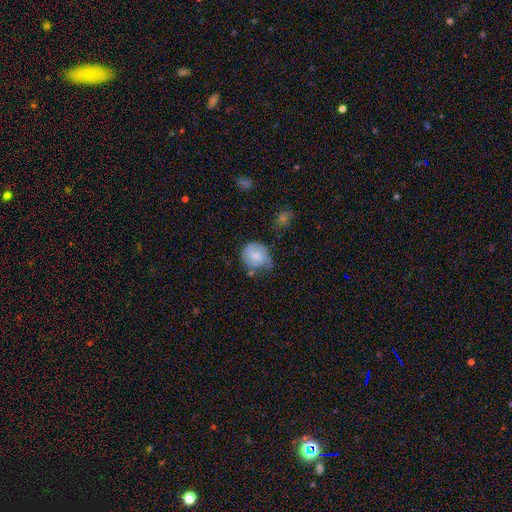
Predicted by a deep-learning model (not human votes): smooth_or_featured: smooth (p=0.63) [alt: featured or disk p=0.30]
how_rounded: round (p=0.68) [alt: in between p=0.31]
merging: none (p=0.46) [alt: minor disturbance p=0.37]